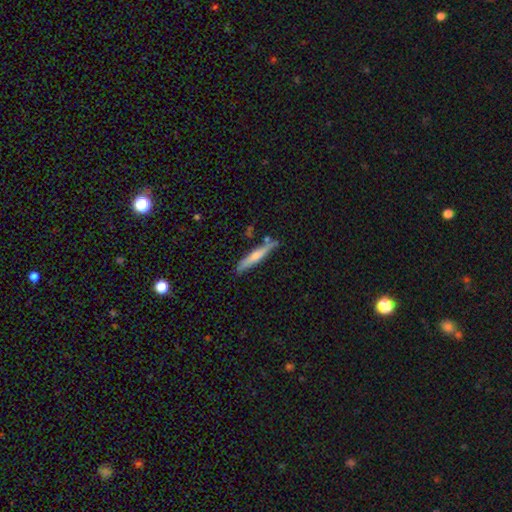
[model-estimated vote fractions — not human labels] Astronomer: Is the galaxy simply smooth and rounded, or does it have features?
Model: smooth — 51% (runner-up: featured or disk, 43%).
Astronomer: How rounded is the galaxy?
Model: cigar-shaped — 93%.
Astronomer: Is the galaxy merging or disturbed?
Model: none — 80%.